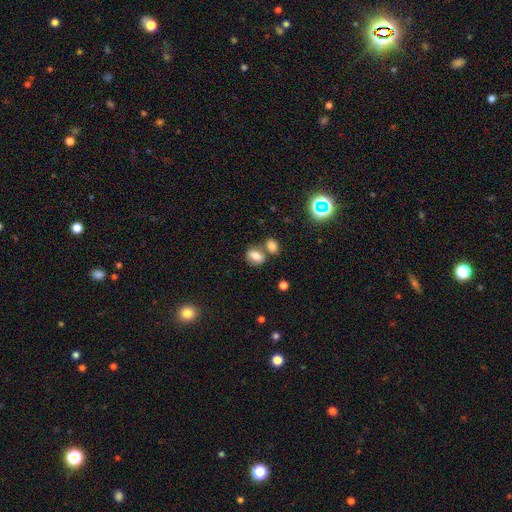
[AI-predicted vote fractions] smooth-or-featured: smooth: 76% | featured or disk: 12% | star or artifact: 11%
  how-rounded: in between: 72% | round: 26% | cigar-shaped: 2%
  merging: none: 55% | merger: 27% | minor disturbance: 13% | major disturbance: 4%